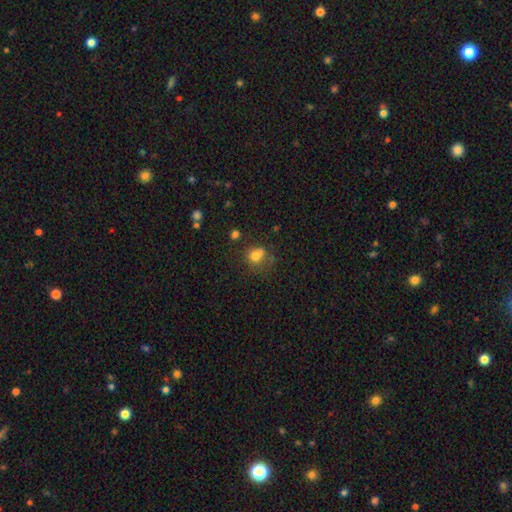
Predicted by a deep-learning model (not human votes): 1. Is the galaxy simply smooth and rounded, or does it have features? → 74% smooth, 14% star or artifact, 12% featured or disk.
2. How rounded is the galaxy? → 71% round, 28% in between, 1% cigar-shaped.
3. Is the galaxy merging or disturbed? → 43% none, 26% merger, 19% minor disturbance, 12% major disturbance.